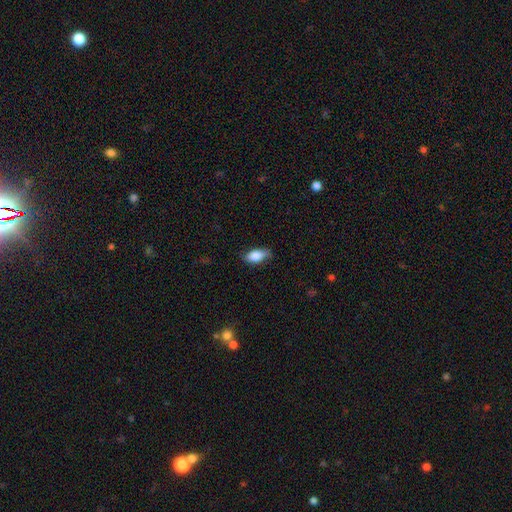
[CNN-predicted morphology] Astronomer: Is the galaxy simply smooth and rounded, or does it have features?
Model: smooth — 82%.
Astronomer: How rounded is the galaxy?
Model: in between — 87%.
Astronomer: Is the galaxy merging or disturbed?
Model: none — 77%.